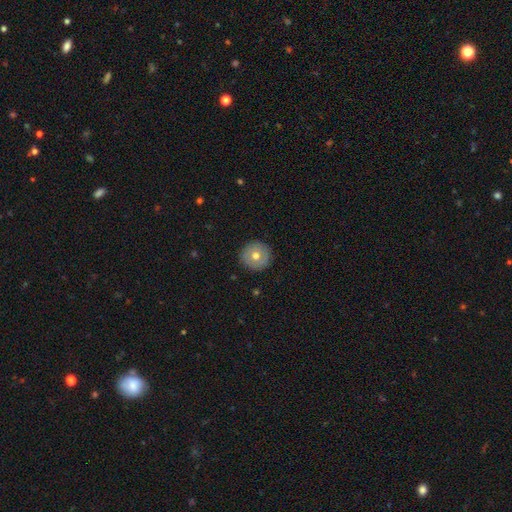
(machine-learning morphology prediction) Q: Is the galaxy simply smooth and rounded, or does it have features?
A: smooth — 65%.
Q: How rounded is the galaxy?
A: round — 96%.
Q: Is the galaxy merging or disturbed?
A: none — 91%.